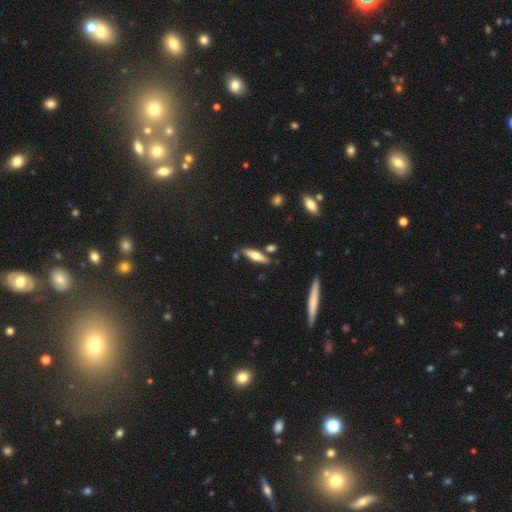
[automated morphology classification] Smooth or featured?
  - smooth: 51% *
  - featured or disk: 42%
  - star or artifact: 7%
How rounded?
  - cigar-shaped: 64% *
  - in between: 34%
  - round: 2%
Merging?
  - none: 76% *
  - minor disturbance: 13%
  - merger: 8%
  - major disturbance: 3%